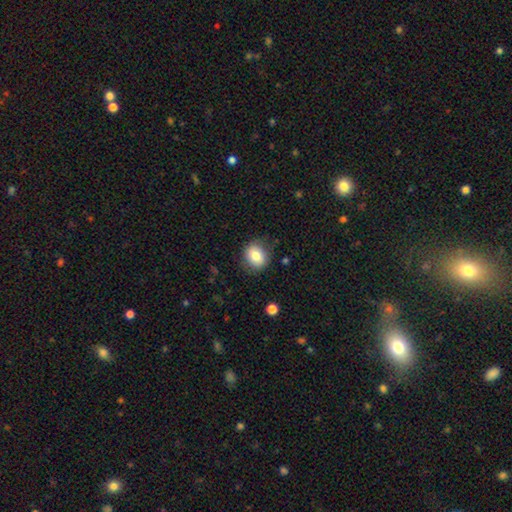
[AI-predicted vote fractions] smooth 78%, featured or disk 12%, star or artifact 9%. Down the decision tree: how rounded — round (68%); merging — none (81%).